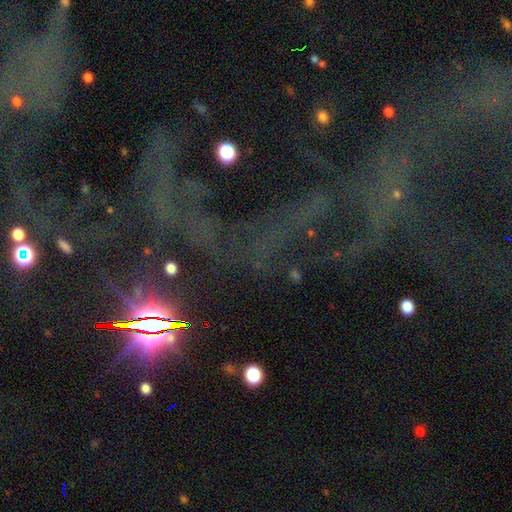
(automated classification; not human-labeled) This appears to be a star or artifact, not a galaxy (75%).